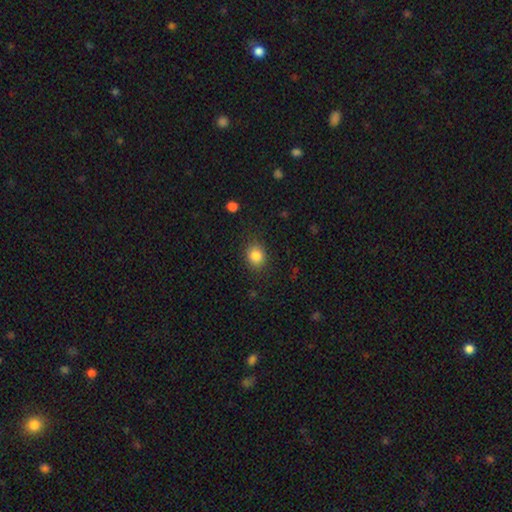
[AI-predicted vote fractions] smooth-or-featured: smooth: 84% | star or artifact: 10% | featured or disk: 5%
  how-rounded: round: 67% | in between: 32% | cigar-shaped: 1%
  merging: none: 86% | minor disturbance: 10% | major disturbance: 3% | merger: 1%